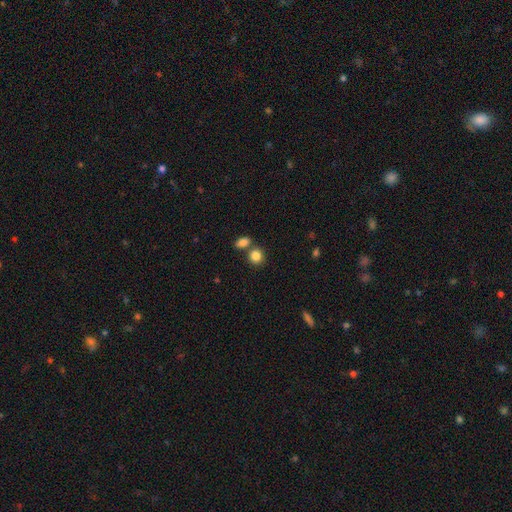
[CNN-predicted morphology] smooth-or-featured: smooth: 85% | star or artifact: 9% | featured or disk: 5%
  how-rounded: round: 72% | in between: 27% | cigar-shaped: 1%
  merging: none: 61% | merger: 27% | minor disturbance: 9% | major disturbance: 3%